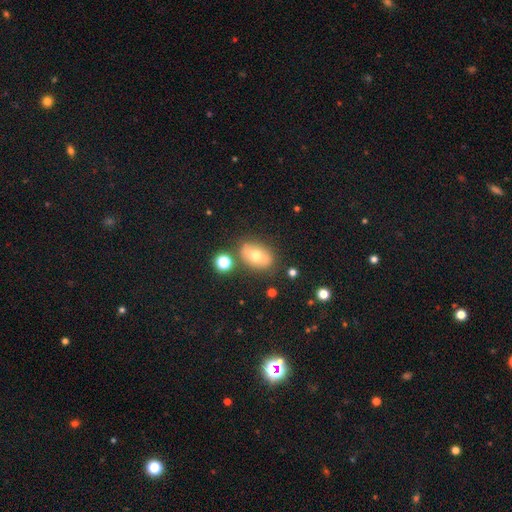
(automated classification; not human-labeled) Overall: smooth (56%; featured or disk 33%). How rounded: in between (75%). Merging: none (74%).